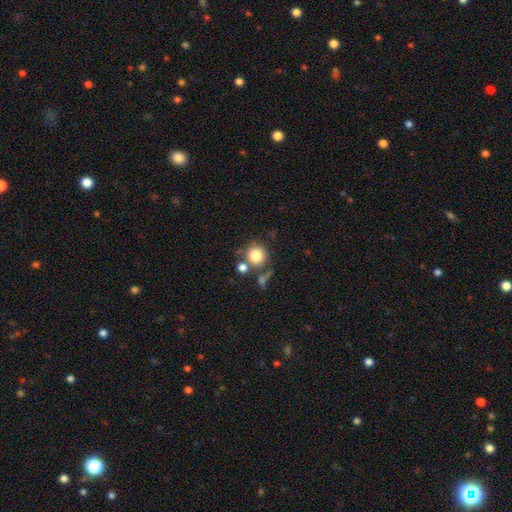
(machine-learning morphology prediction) Smooth or featured?
  - smooth: 80% *
  - star or artifact: 10%
  - featured or disk: 10%
How rounded?
  - round: 88% *
  - in between: 11%
  - cigar-shaped: 1%
Merging?
  - none: 59% *
  - merger: 21%
  - minor disturbance: 13%
  - major disturbance: 7%